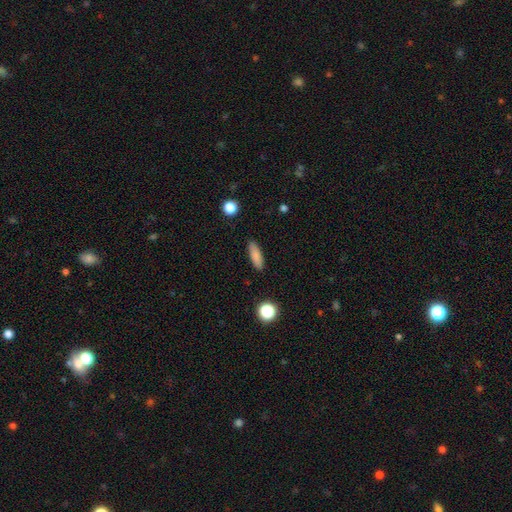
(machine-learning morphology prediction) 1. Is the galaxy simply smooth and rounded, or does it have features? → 85% smooth, 8% star or artifact, 7% featured or disk.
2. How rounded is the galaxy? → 51% cigar-shaped, 47% in between, 3% round.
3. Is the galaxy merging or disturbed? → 88% none, 9% minor disturbance, 2% major disturbance, 1% merger.